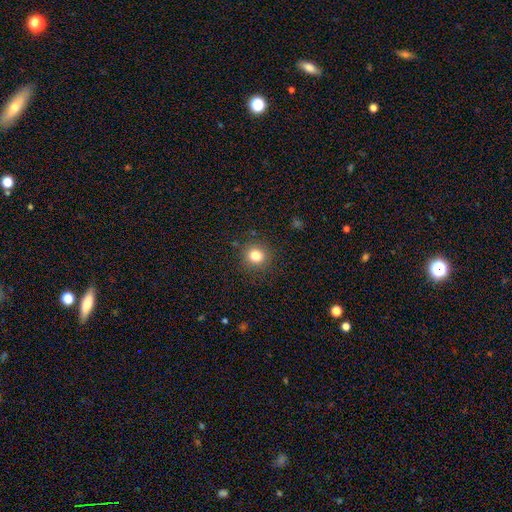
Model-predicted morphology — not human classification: Smooth or featured? smooth (81%)
How rounded? round (89%)
Merging? none (89%)